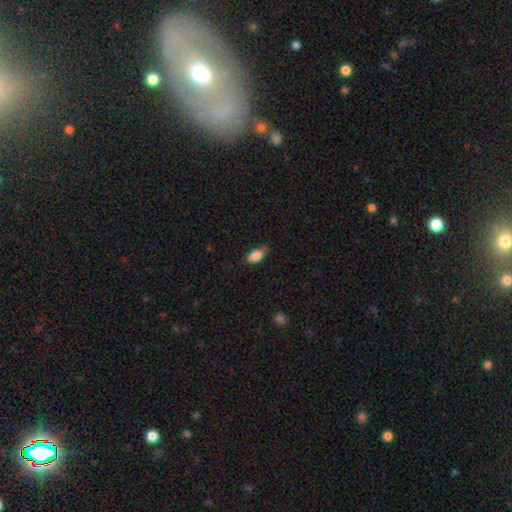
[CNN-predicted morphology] This appears to be a smooth galaxy with no disk features (86%) that is in between round and cigar-shaped (90%). Merging: none (63%).